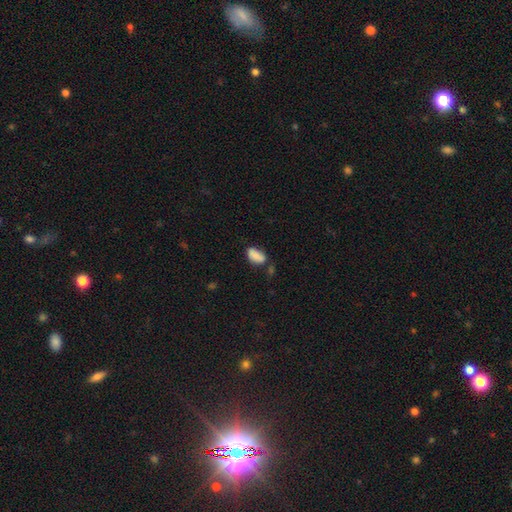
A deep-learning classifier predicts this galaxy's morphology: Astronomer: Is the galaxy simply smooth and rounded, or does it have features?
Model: smooth — 80%.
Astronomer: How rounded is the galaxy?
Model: in between — 91%.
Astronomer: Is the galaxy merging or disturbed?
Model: none — 53%.